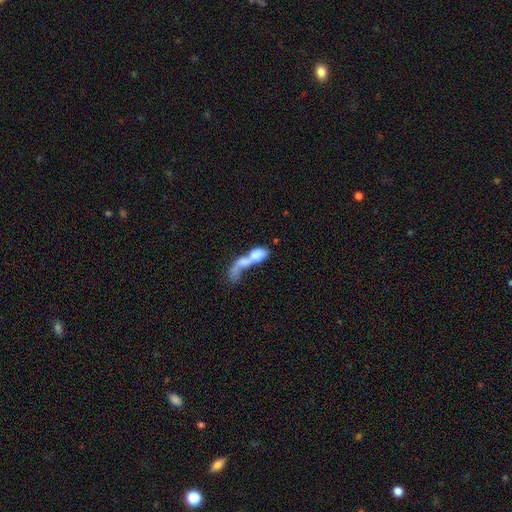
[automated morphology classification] Smooth or featured? smooth (59%)
How rounded? in between (67%)
Merging? merger (73%)